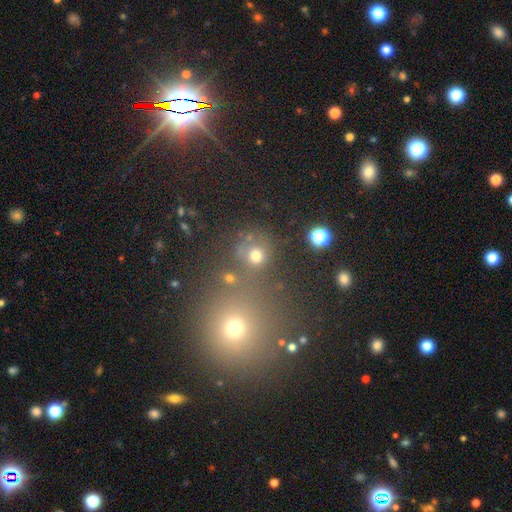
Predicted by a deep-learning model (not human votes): Overall: smooth (68%). How rounded: round (87%). Merging: none (65%).